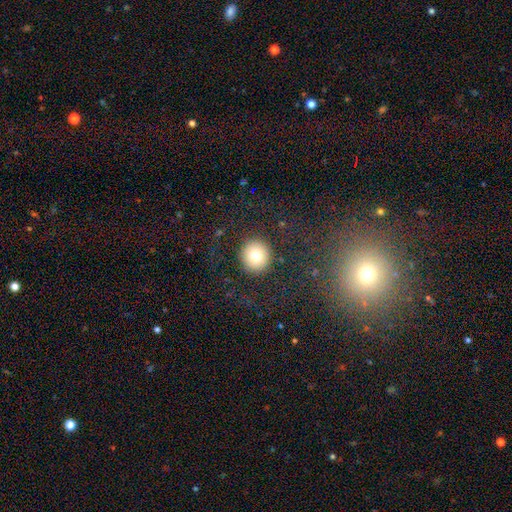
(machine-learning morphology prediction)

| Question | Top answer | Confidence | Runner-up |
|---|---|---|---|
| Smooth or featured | smooth | 76% | featured or disk (12%) |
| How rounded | round | 93% | in between (6%) |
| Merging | none | 88% | minor disturbance (7%) |